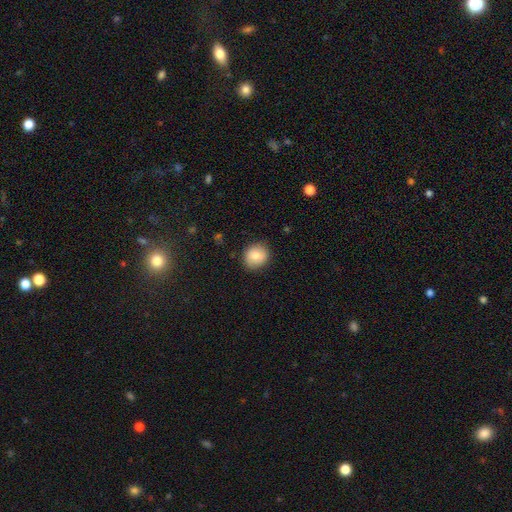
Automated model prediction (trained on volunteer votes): This appears to be a smooth galaxy with no disk features (84%) that is round (76%). Merging: none (85%).